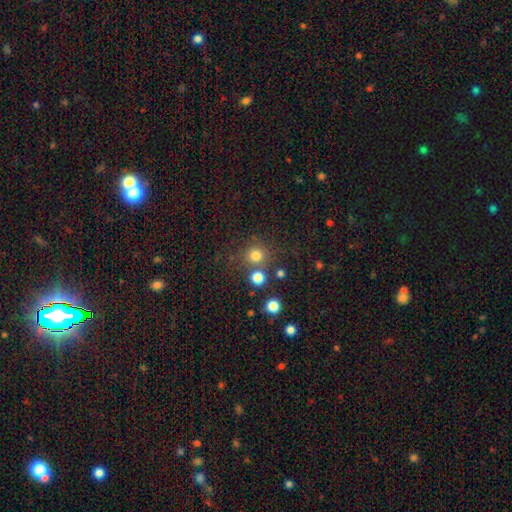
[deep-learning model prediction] Overall: smooth (76%). How rounded: round (92%). Merging: none (73%).